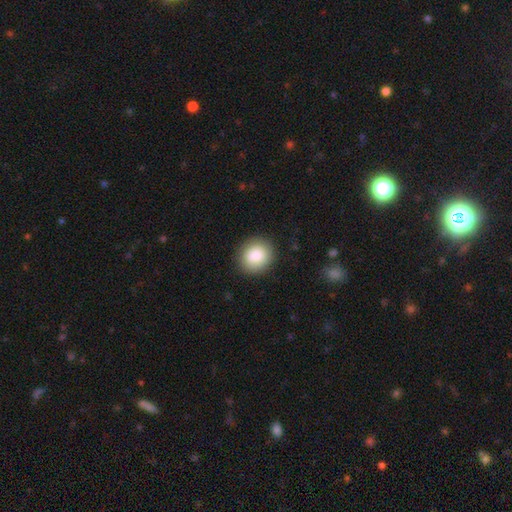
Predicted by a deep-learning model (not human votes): This is clearly a smooth galaxy (87%). How rounded: clearly round (83%). Merging: clearly none (89%).